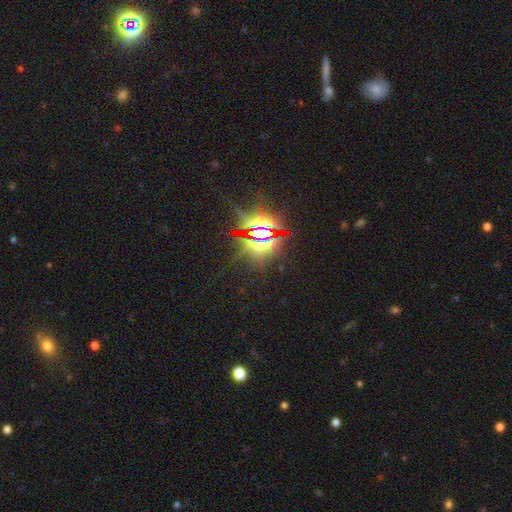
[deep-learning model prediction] This is clearly a star or artifact rather than a galaxy (86%).